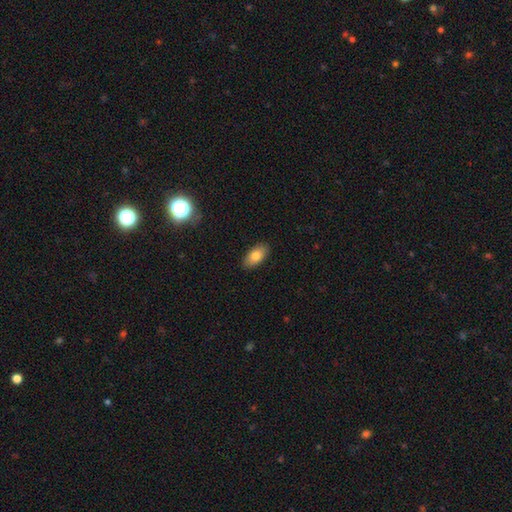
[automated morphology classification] Smooth or featured? smooth (81%)
How rounded? in between (91%)
Merging? none (89%)